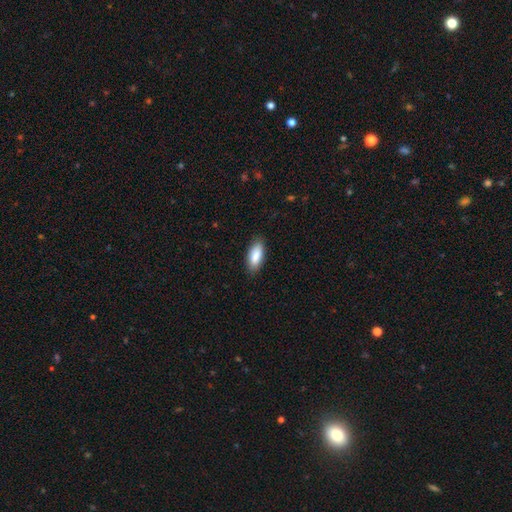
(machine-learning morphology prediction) This appears to be a smooth galaxy with no disk features (88%) that is in between round and cigar-shaped (86%). Merging: none (87%).